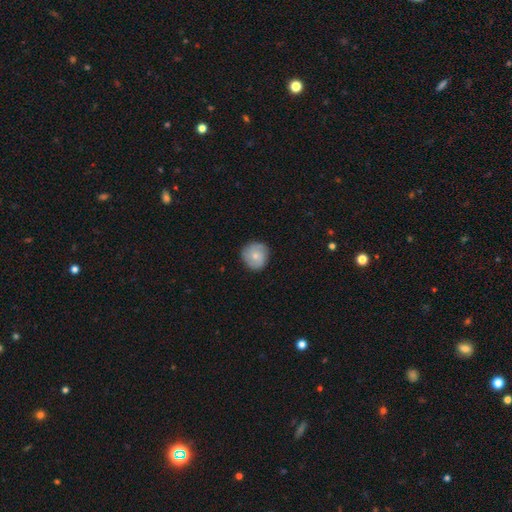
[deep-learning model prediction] Q: Smooth or featured?
A: smooth (63%); runner-up: featured or disk (30%)
Q: How rounded?
A: round (89%); runner-up: in between (10%)
Q: Merging?
A: none (82%); runner-up: minor disturbance (14%)